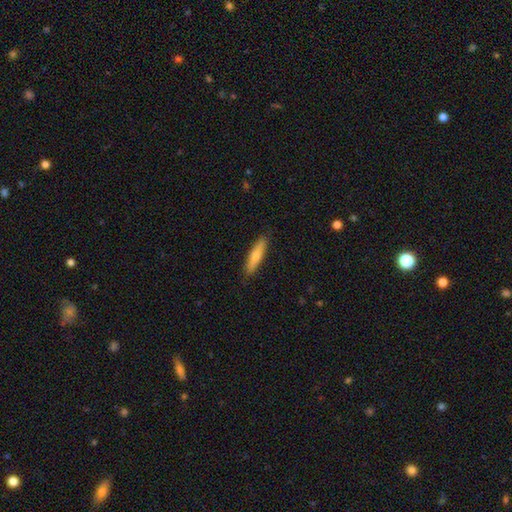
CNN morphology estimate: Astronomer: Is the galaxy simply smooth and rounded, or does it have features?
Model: smooth — 74%.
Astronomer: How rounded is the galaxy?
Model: cigar-shaped — 81%.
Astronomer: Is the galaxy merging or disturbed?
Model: none — 89%.